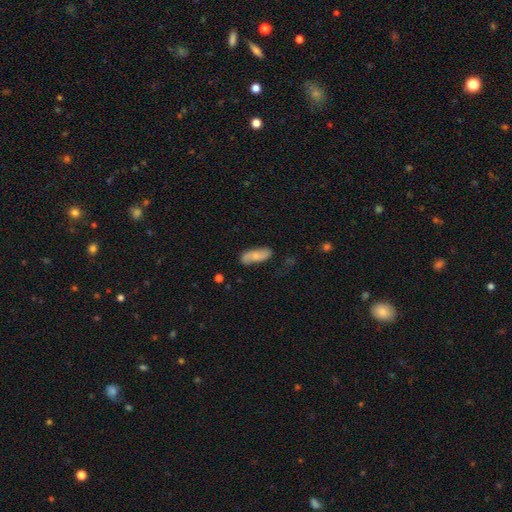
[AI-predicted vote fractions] smooth-or-featured: smooth: 61% | featured or disk: 33% | star or artifact: 6%
  how-rounded: in between: 67% | cigar-shaped: 30% | round: 3%
  merging: none: 75% | minor disturbance: 18% | major disturbance: 4% | merger: 2%